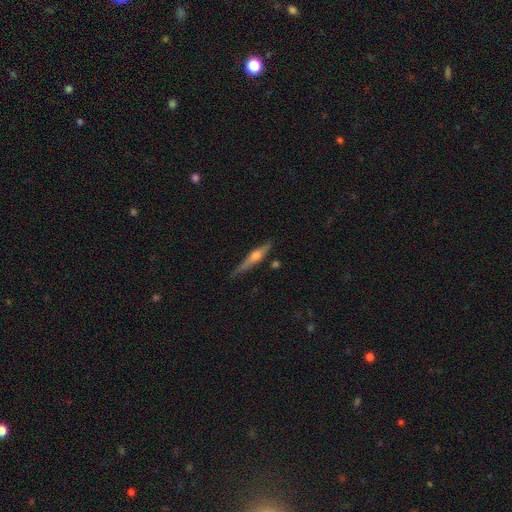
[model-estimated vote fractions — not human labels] This is likely a featured or disk galaxy (67%). It is clearly viewed edge-on (97%). Edge-on bulge: clearly rounded (89%). Merging: likely none (79%).